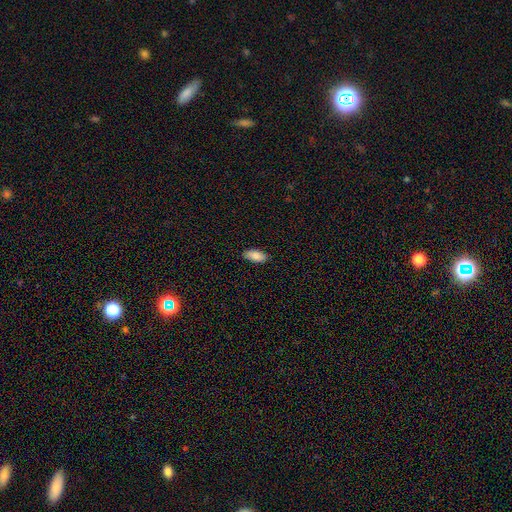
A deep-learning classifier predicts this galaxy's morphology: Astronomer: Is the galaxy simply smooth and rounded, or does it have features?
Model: smooth — 87%.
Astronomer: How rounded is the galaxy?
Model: in between — 89%.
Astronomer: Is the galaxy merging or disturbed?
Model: none — 87%.